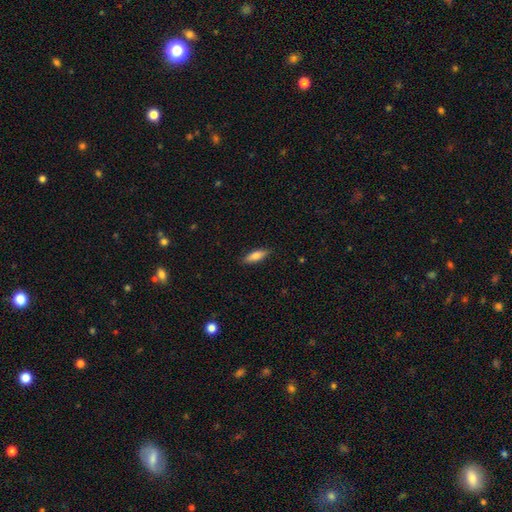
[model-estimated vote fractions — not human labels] Smooth or featured: smooth — 75% (featured or disk — 18%)
How rounded: in between — 51% (cigar-shaped — 47%)
Merging: none — 86% (minor disturbance — 11%)